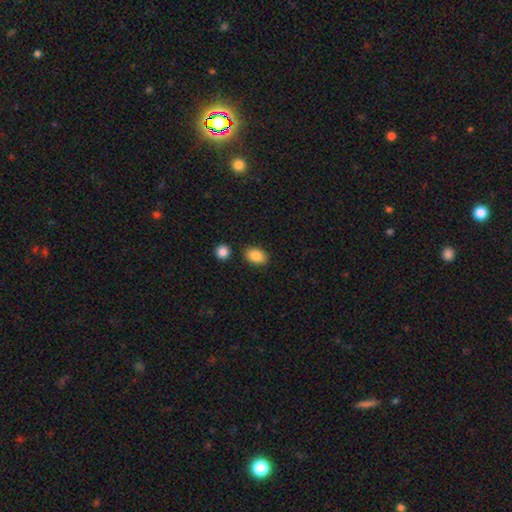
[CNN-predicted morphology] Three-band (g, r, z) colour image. It shows a smooth galaxy with no disk features (86%) that is in between round and cigar-shaped (83%). Merging: none (83%).